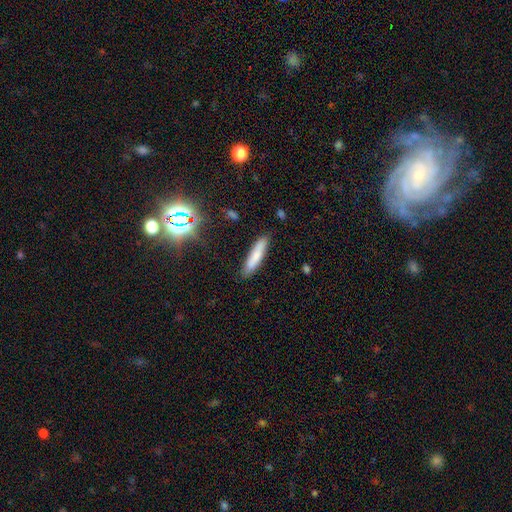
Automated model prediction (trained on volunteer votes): The model was most divided on "smooth or featured": smooth: 76%, featured or disk: 15%, star or artifact: 9%. More confident: merging — none (86%); how rounded — cigar-shaped (81%).